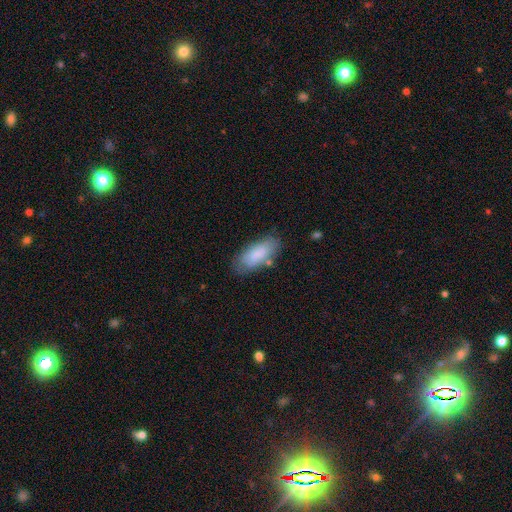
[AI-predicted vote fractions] A smooth galaxy with no disk features (80%) that is in between round and cigar-shaped (86%).

Vote fractions:
- Smooth or featured? smooth: 80% / featured or disk: 14% / star or artifact: 6%
- How rounded? in between: 86% / cigar-shaped: 12% / round: 2%
- Merging? none: 73% / minor disturbance: 18% / major disturbance: 5% / merger: 4%